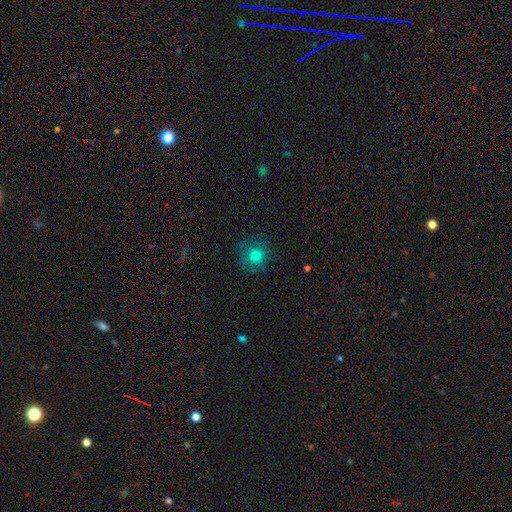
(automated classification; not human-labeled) This appears to be a smooth galaxy with no disk features (76%) that is round (92%). Merging: none (79%).